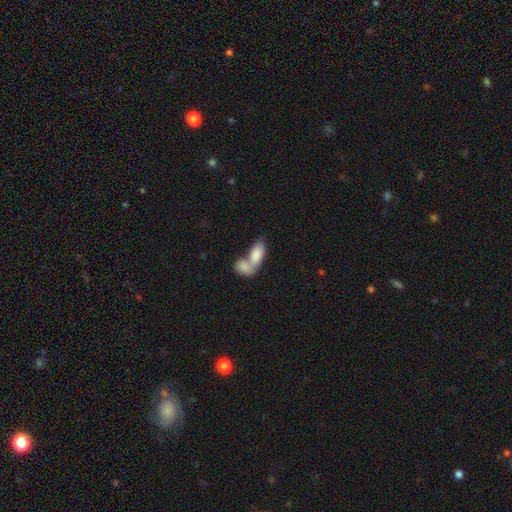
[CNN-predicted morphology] smooth 82%, featured or disk 12%, star or artifact 6%. Down the decision tree: how rounded — in between (92%); merging — merger (75%).